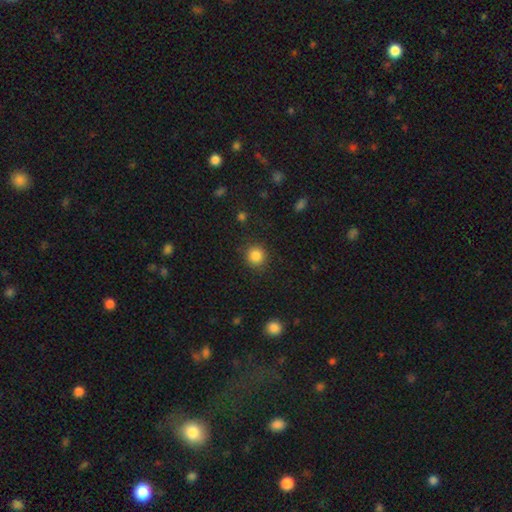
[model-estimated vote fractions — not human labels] A smooth galaxy with no disk features (85%) that is round (91%).

Vote fractions:
- Smooth or featured? smooth: 85% / star or artifact: 11% / featured or disk: 4%
- How rounded? round: 91% / in between: 8% / cigar-shaped: 1%
- Merging? none: 88% / minor disturbance: 8% / major disturbance: 3% / merger: 1%